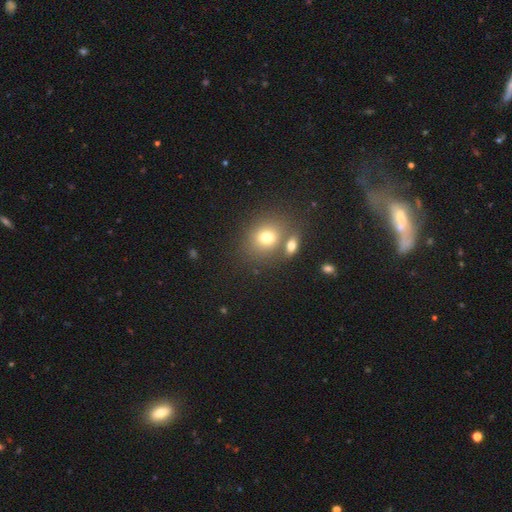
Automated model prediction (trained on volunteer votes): smooth-or-featured: smooth: 61% | star or artifact: 24% | featured or disk: 15%
  how-rounded: round: 69% | in between: 29% | cigar-shaped: 2%
  merging: none: 63% | merger: 19% | minor disturbance: 11% | major disturbance: 7%